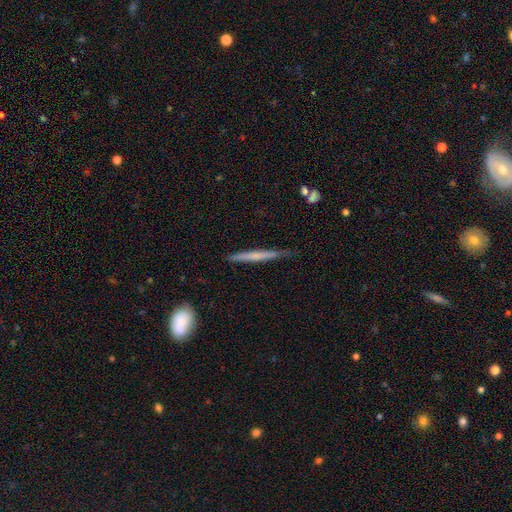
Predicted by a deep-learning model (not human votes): Smooth or featured? Predicted: smooth (p=0.52). How rounded? Predicted: cigar-shaped (p=0.96). Merging? Predicted: none (p=0.79).